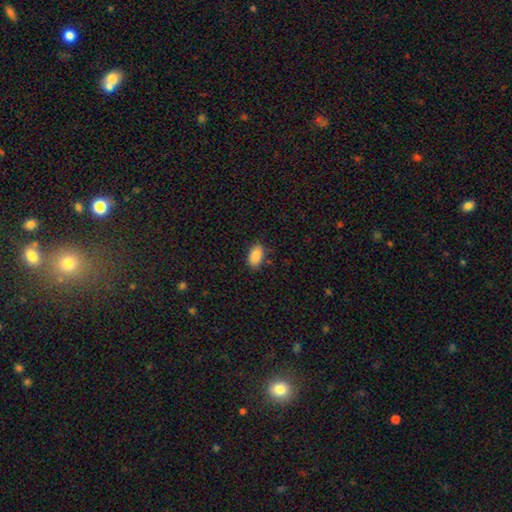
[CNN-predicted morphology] This appears to be a smooth galaxy with no disk features (89%) that is in between round and cigar-shaped (93%). Merging: none (83%).